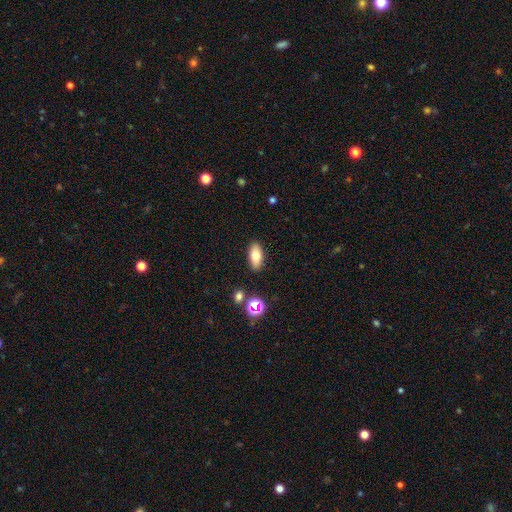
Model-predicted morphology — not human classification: A smooth galaxy with no disk features (75%) that is in between round and cigar-shaped (84%).

Vote fractions:
- Smooth or featured? smooth: 75% / featured or disk: 16% / star or artifact: 9%
- How rounded? in between: 84% / cigar-shaped: 12% / round: 4%
- Merging? none: 87% / minor disturbance: 9% / major disturbance: 2% / merger: 2%